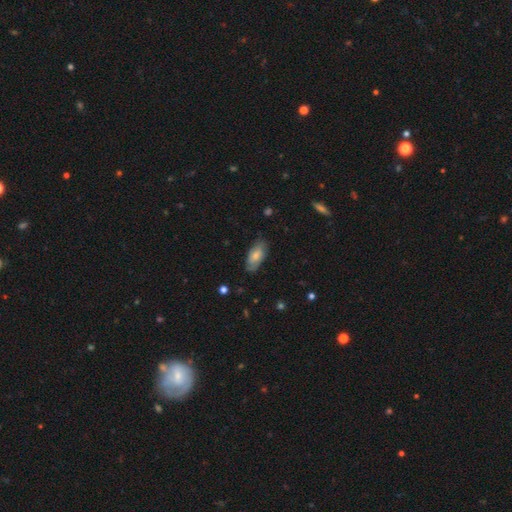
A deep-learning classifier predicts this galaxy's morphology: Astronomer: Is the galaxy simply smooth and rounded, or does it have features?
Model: smooth — 70%.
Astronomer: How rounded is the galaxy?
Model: in between — 88%.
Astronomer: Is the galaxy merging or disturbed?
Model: none — 77%.